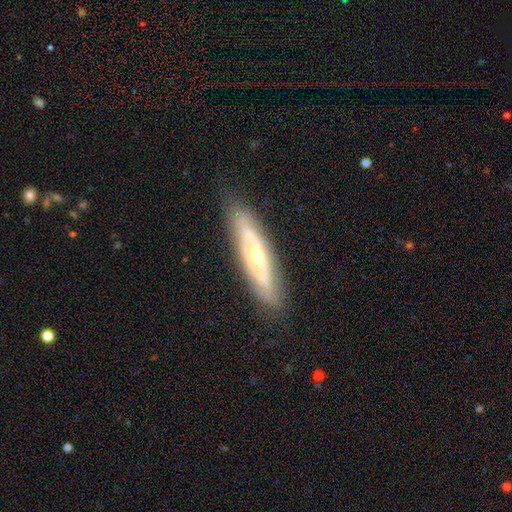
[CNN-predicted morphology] This is likely a featured or disk galaxy (68%). It is possibly not viewed edge-on (57%). Merging: clearly none (82%).